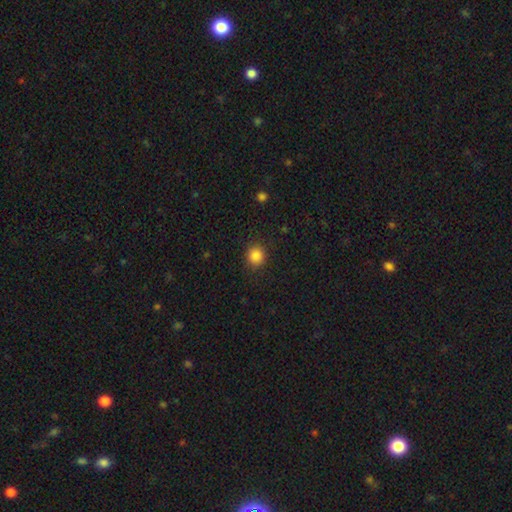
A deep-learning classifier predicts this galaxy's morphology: This appears to be a smooth galaxy with no disk features (85%) that is round (88%). Merging: none (89%).